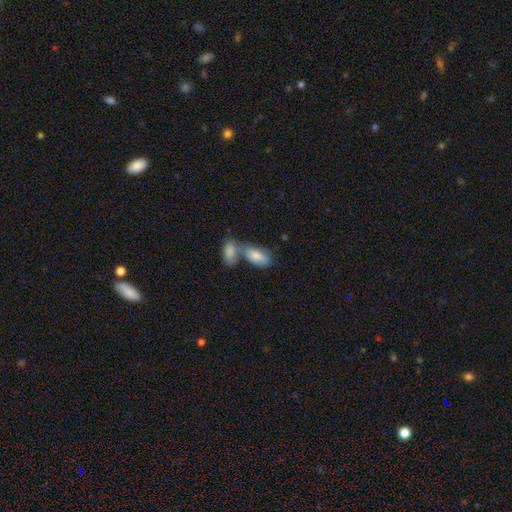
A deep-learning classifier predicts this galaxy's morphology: The model was most divided on "merging": merger: 54%, none: 34%, minor disturbance: 9%, major disturbance: 3%. More confident: how rounded — in between (91%); smooth or featured — smooth (82%).